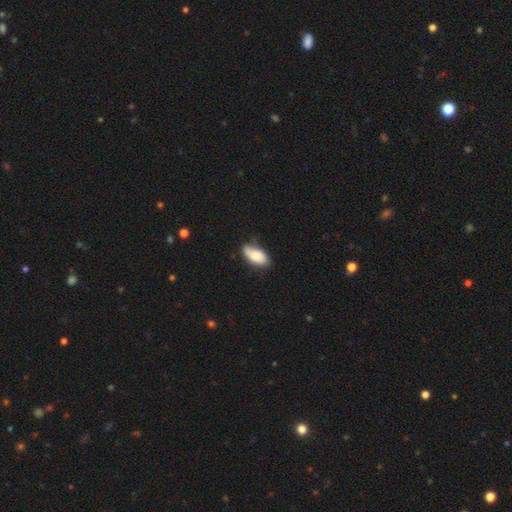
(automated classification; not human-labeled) A smooth galaxy with no disk features (73%) that is in between round and cigar-shaped (92%). Merging: none (56%).